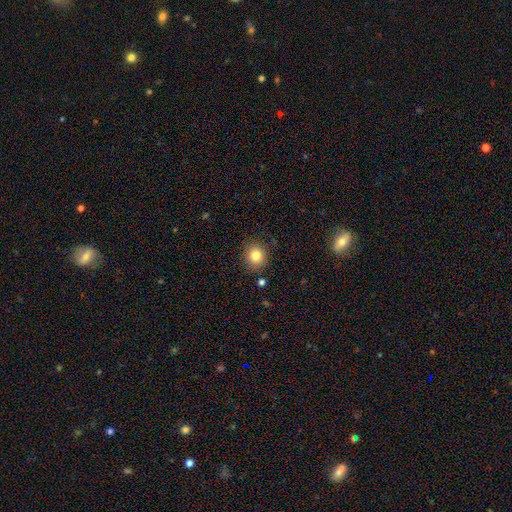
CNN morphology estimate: Smooth or featured: smooth — 83% (star or artifact — 11%)
How rounded: round — 84% (in between — 15%)
Merging: none — 86% (minor disturbance — 9%)